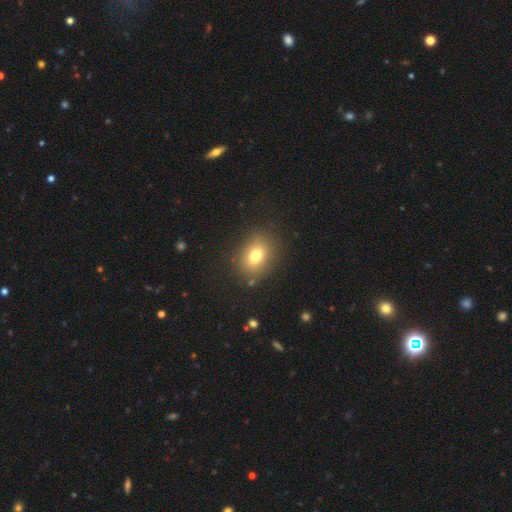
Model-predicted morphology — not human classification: Q: Smooth or featured?
A: smooth (75%); runner-up: star or artifact (13%)
Q: How rounded?
A: in between (62%); runner-up: round (36%)
Q: Merging?
A: none (84%); runner-up: minor disturbance (10%)